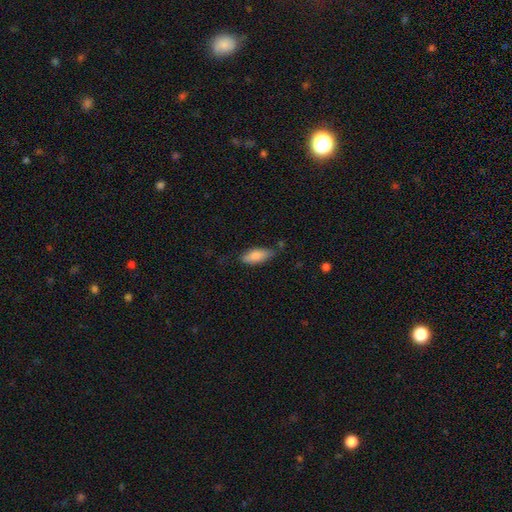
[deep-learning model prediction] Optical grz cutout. It shows a smooth galaxy with no disk features (79%) that is in between round and cigar-shaped (76%). Merging: none (67%).